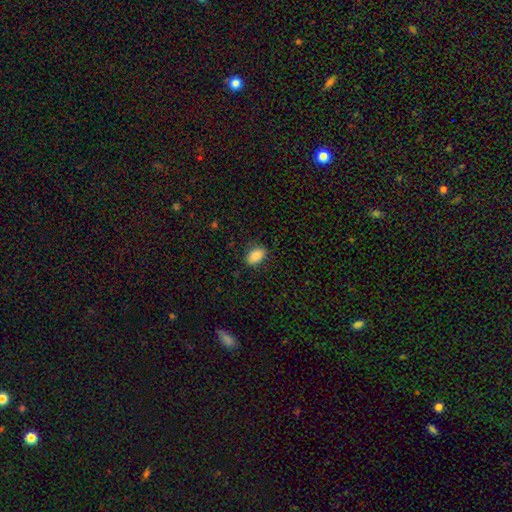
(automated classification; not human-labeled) Q: Smooth or featured?
A: smooth (86%); runner-up: star or artifact (8%)
Q: How rounded?
A: in between (88%); runner-up: round (11%)
Q: Merging?
A: none (84%); runner-up: minor disturbance (12%)